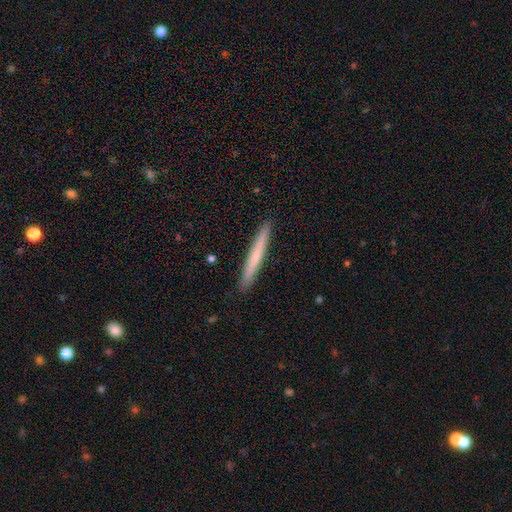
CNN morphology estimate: smooth 60%, featured or disk 34%, star or artifact 6%. Down the decision tree: how rounded — cigar-shaped (97%); merging — none (92%).